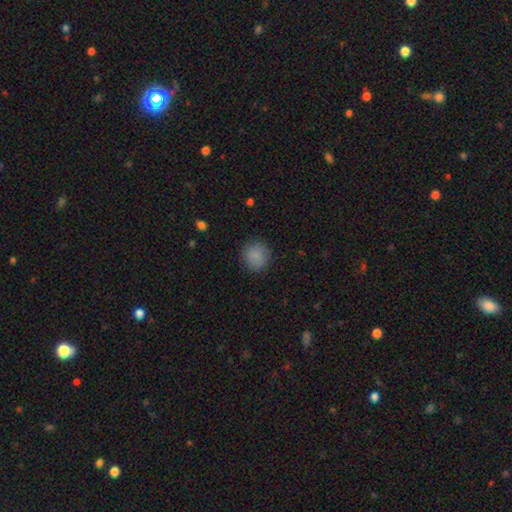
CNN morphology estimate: A smooth galaxy with no disk features (87%) that is round (91%). Merging: none (87%).